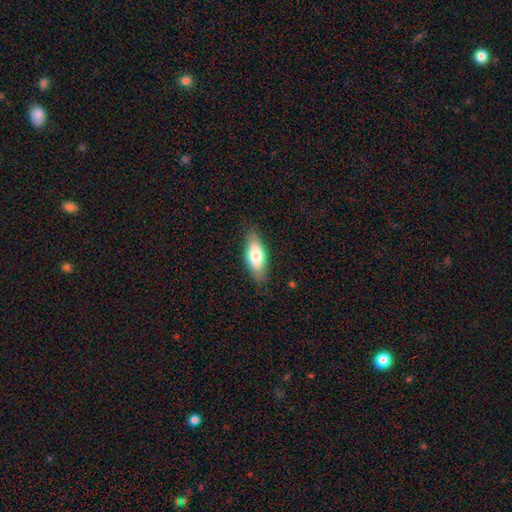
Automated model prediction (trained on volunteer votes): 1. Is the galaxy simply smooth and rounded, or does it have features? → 72% smooth, 22% featured or disk, 6% star or artifact.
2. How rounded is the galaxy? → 76% in between, 22% cigar-shaped, 2% round.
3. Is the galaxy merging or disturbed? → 83% none, 14% minor disturbance, 3% major disturbance, 1% merger.